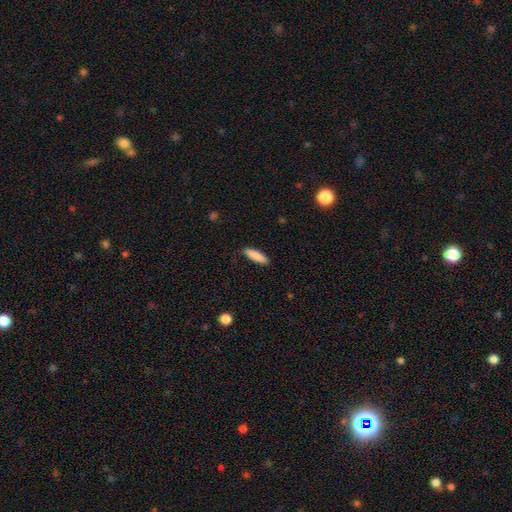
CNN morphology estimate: Smooth or featured? smooth (87%)
How rounded? cigar-shaped (61%)
Merging? none (84%)